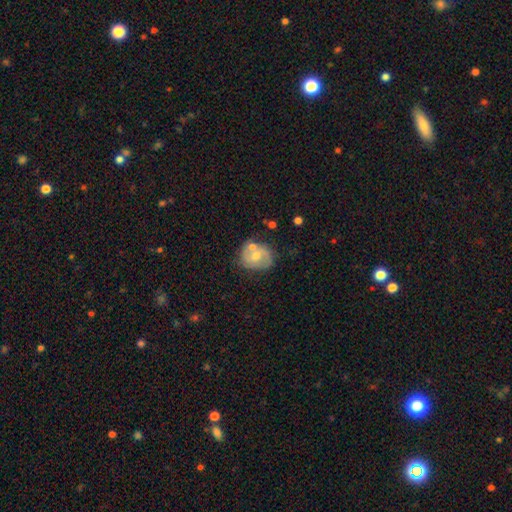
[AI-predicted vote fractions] Q: Smooth or featured?
A: featured or disk (56%); runner-up: smooth (37%)
Q: Edge-on disk?
A: no (97%); runner-up: yes (3%)
Q: Bar?
A: no (61%); runner-up: weak (33%)
Q: Spiral arms?
A: yes (74%); runner-up: no (26%)
Q: Bulge size?
A: moderate (58%); runner-up: small (35%)
Q: Merging?
A: none (55%); runner-up: minor disturbance (20%)